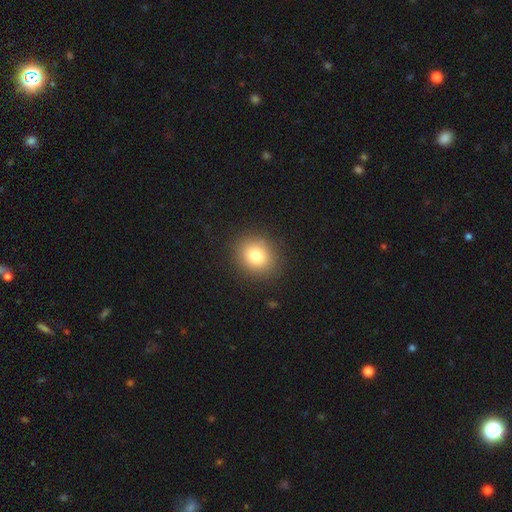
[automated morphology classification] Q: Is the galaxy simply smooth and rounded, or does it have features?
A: smooth — 81%.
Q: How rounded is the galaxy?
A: round — 73%.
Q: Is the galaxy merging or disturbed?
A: none — 88%.